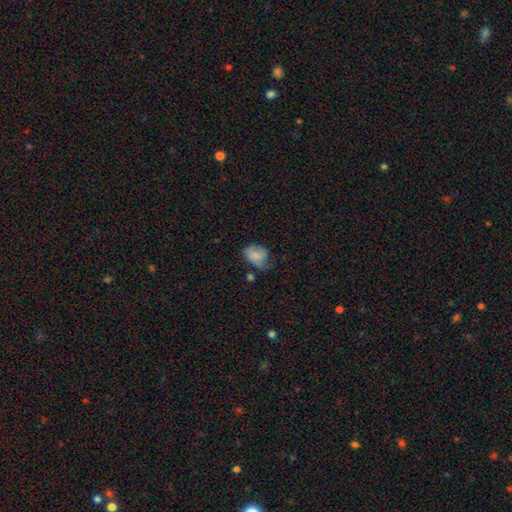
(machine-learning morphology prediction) Overall: smooth (69%). How rounded: in between (71%). Merging: minor disturbance (38%; none 34%).